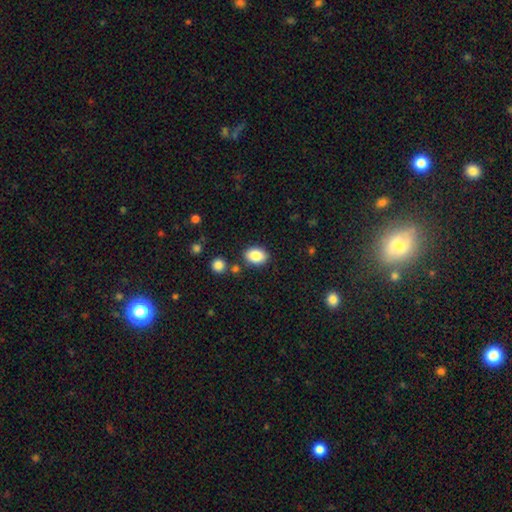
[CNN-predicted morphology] Smooth or featured? Predicted: smooth (p=0.86). How rounded? Predicted: in between (p=0.78). Merging? Predicted: none (p=0.84).